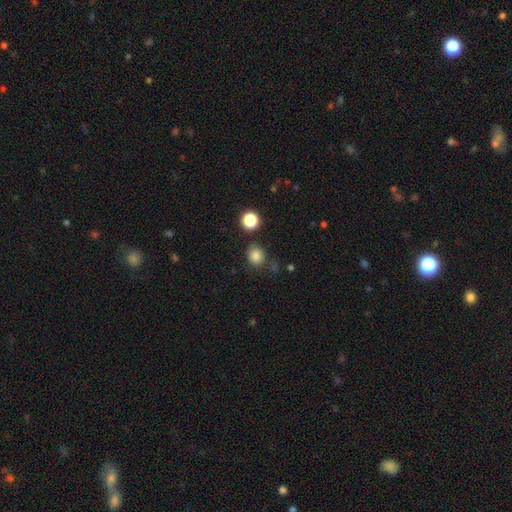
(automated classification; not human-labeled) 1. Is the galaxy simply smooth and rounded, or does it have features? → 82% smooth, 13% star or artifact, 5% featured or disk.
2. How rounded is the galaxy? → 70% round, 29% in between, 1% cigar-shaped.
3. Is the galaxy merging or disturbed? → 73% none, 15% minor disturbance, 6% merger, 5% major disturbance.